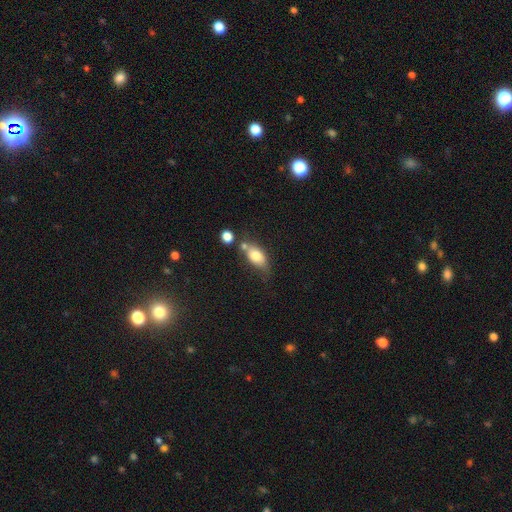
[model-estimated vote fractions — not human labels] This appears to be a smooth galaxy with no disk features (76%) that is in between round and cigar-shaped (82%). Merging: none (49%).